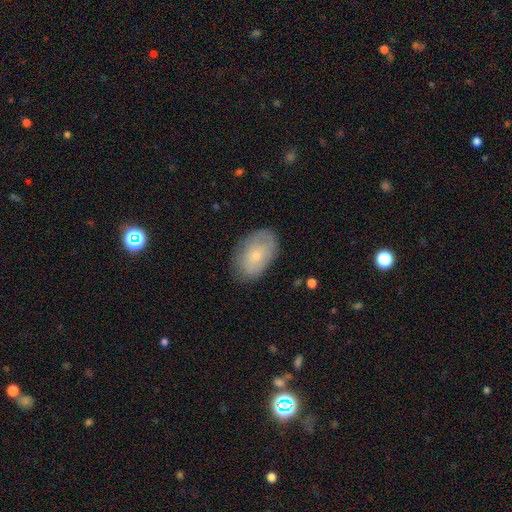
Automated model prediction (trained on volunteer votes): Smooth or featured? smooth (68%)
How rounded? in between (89%)
Merging? none (76%)